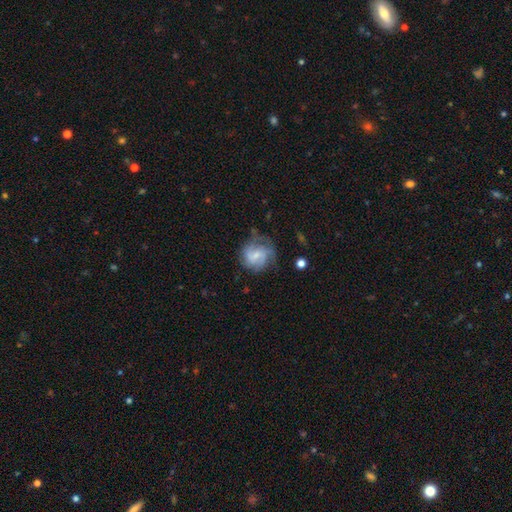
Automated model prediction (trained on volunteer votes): Smooth or featured? featured or disk (64%)
Edge-on disk? no (98%)
Bar? no (49%)
Spiral arms? yes (86%)
Spiral winding? medium (43%)
Spiral arm count? 2 (33%)
Bulge size? small (54%)
Merging? none (58%)